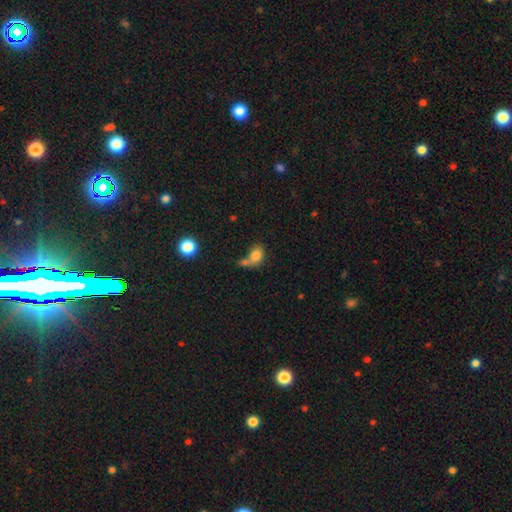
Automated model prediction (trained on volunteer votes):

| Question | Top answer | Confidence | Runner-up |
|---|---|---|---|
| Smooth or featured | smooth | 79% | featured or disk (11%) |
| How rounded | in between | 67% | round (31%) |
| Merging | merger | 43% | none (34%) |